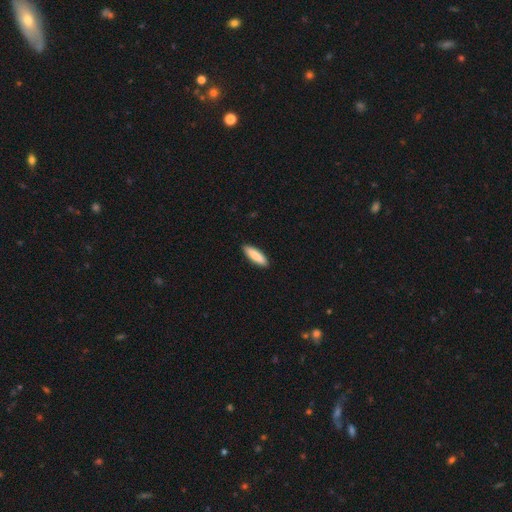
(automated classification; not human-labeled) This is clearly a smooth galaxy (88%). How rounded: possibly cigar-shaped (59%). Merging: clearly none (91%).